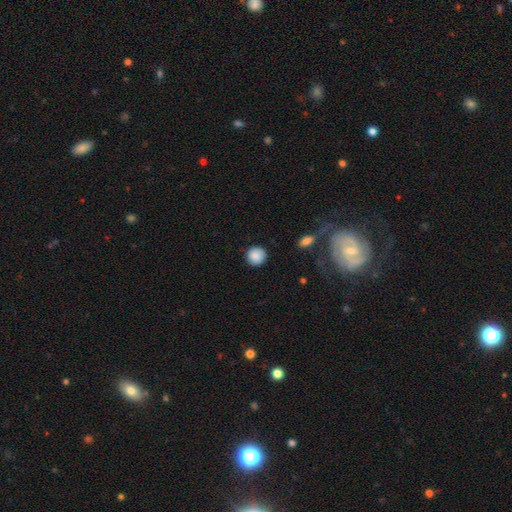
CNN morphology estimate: This is clearly a smooth galaxy (88%). How rounded: clearly round (93%). Merging: clearly none (87%).